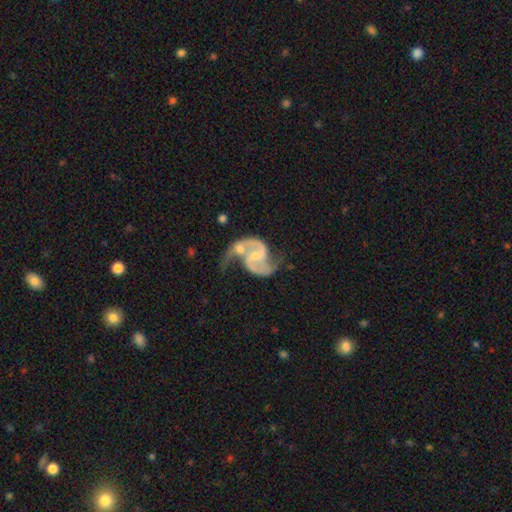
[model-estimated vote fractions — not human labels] This is clearly a featured or disk galaxy (92%). It is clearly not viewed edge-on (98%). Bar: possibly weak (46%). Spiral arm pattern: clearly yes (98%). Spiral arm count: clearly 2 (94%). Spiral winding: possibly medium (53%). Central bulge: likely small (62%). Merging: possibly none (47%).